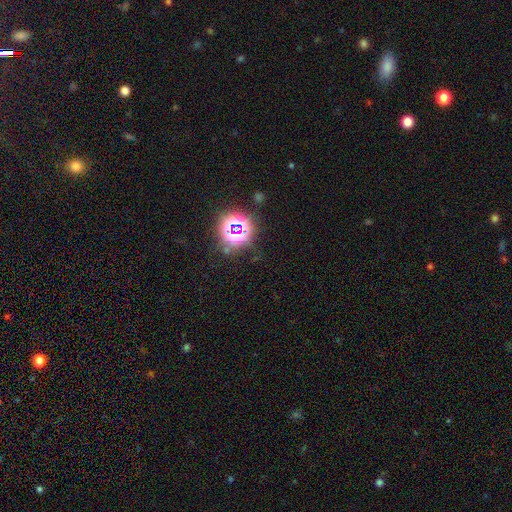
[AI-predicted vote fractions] star or artifact 76%, smooth 16%, featured or disk 8%.